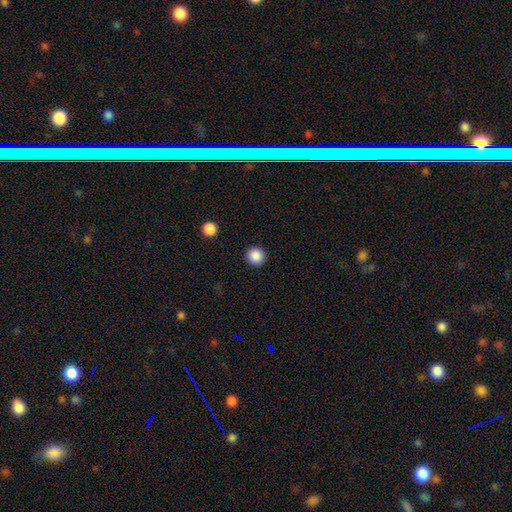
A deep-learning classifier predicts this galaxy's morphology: Smooth or featured?
  - smooth: 88% *
  - star or artifact: 10%
  - featured or disk: 3%
How rounded?
  - round: 95% *
  - in between: 4%
  - cigar-shaped: 1%
Merging?
  - none: 93% *
  - minor disturbance: 4%
  - major disturbance: 2%
  - merger: 1%